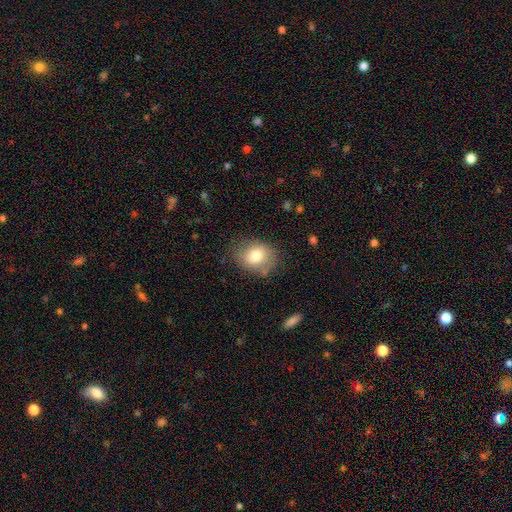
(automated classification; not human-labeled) Smooth or featured? smooth (75%)
How rounded? round (52%)
Merging? none (71%)